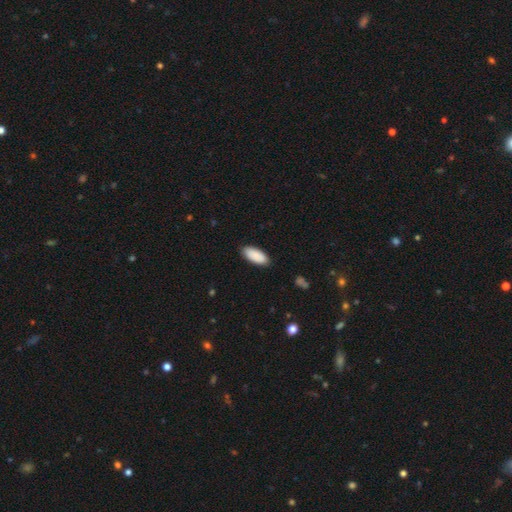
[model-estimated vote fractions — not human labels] smooth 90%, star or artifact 6%, featured or disk 4%. Down the decision tree: how rounded — in between (88%); merging — none (86%).